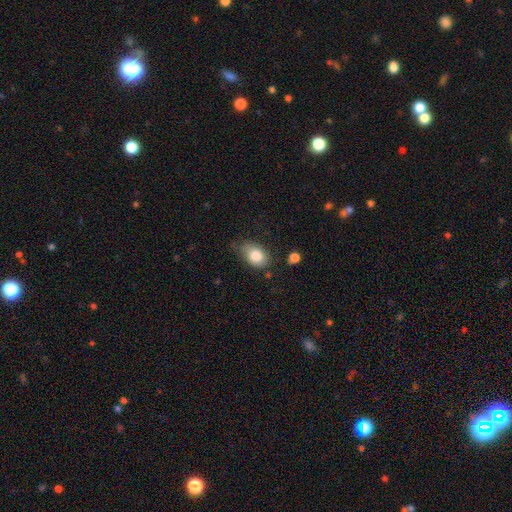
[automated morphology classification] Smooth or featured? Predicted: smooth (p=0.82). How rounded? Predicted: in between (p=0.78). Merging? Predicted: none (p=0.60).